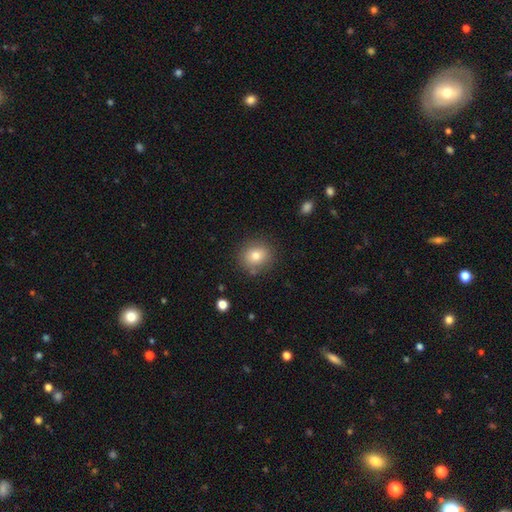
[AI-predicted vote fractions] smooth_or_featured: smooth (p=0.78) [alt: featured or disk p=0.11]
how_rounded: round (p=0.79) [alt: in between p=0.20]
merging: none (p=0.83) [alt: minor disturbance p=0.11]